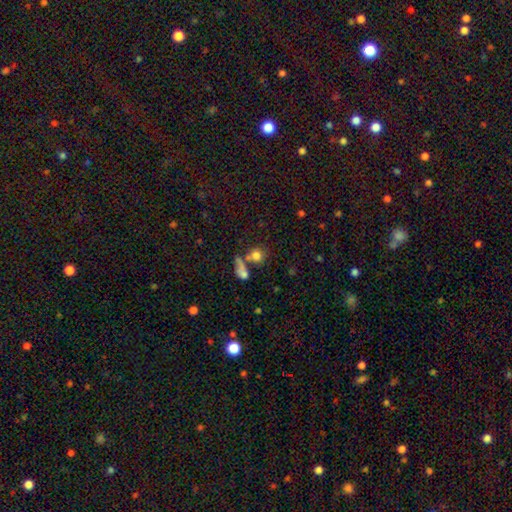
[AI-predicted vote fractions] Smooth or featured? Predicted: smooth (p=0.78). How rounded? Predicted: round (p=0.83). Merging? Predicted: none (p=0.54).